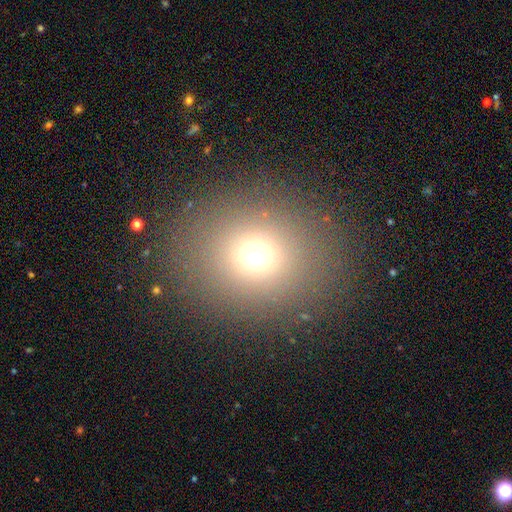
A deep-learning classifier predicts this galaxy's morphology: Overall: smooth (68%). How rounded: round (81%). Merging: none (87%).